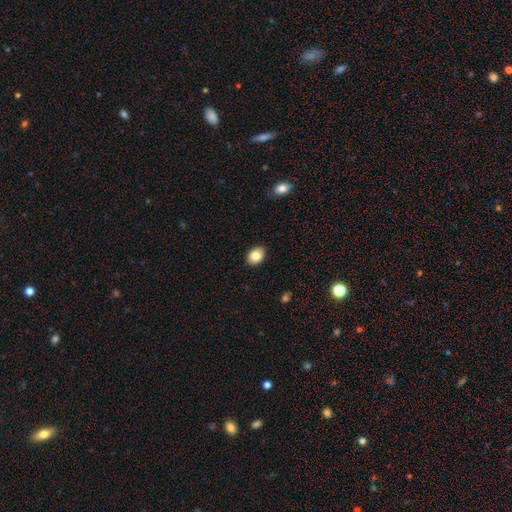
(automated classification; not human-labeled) Smooth or featured? Predicted: smooth (p=0.85). How rounded? Predicted: in between (p=0.76). Merging? Predicted: none (p=0.90).